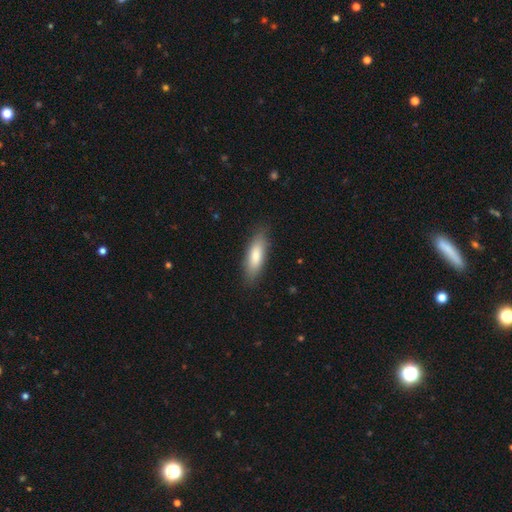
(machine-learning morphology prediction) A smooth galaxy with no disk features (81%) that is in between round and cigar-shaped (53%). Merging: none (84%).